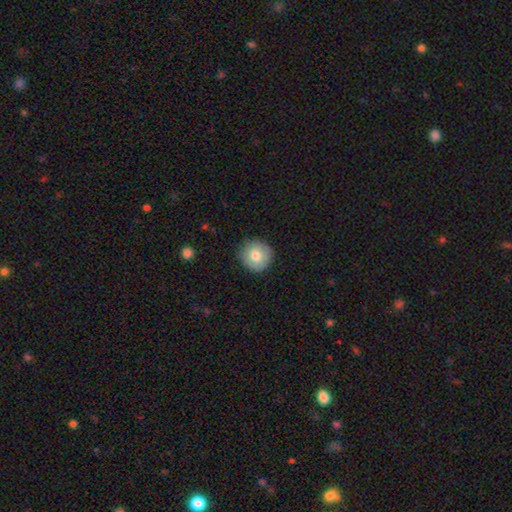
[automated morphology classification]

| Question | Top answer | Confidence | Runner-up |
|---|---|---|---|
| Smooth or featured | smooth | 77% | featured or disk (15%) |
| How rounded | round | 94% | in between (5%) |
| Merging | none | 88% | minor disturbance (9%) |